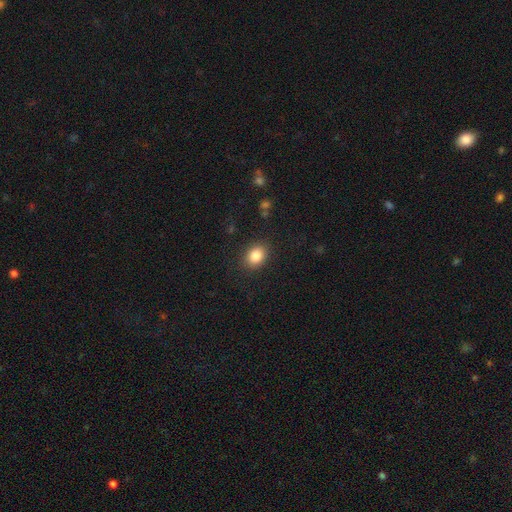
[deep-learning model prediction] A smooth galaxy with no disk features (85%) that is in between round and cigar-shaped (58%).

Vote fractions:
- Smooth or featured? smooth: 85% / star or artifact: 9% / featured or disk: 6%
- How rounded? in between: 58% / round: 41% / cigar-shaped: 1%
- Merging? none: 87% / minor disturbance: 9% / major disturbance: 3% / merger: 1%